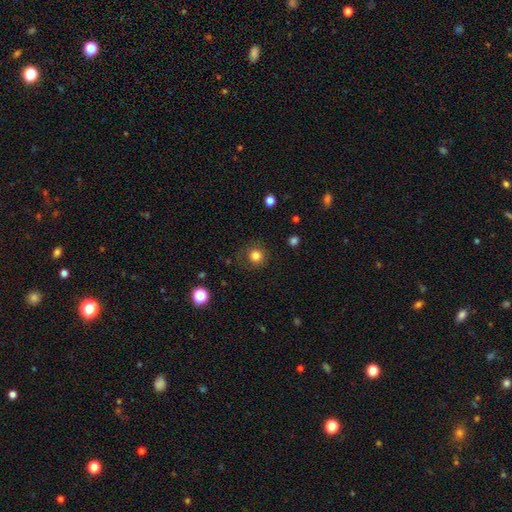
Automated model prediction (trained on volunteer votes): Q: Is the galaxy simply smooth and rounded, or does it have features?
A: smooth — 81%.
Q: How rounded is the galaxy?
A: round — 92%.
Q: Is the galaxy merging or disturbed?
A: none — 81%.